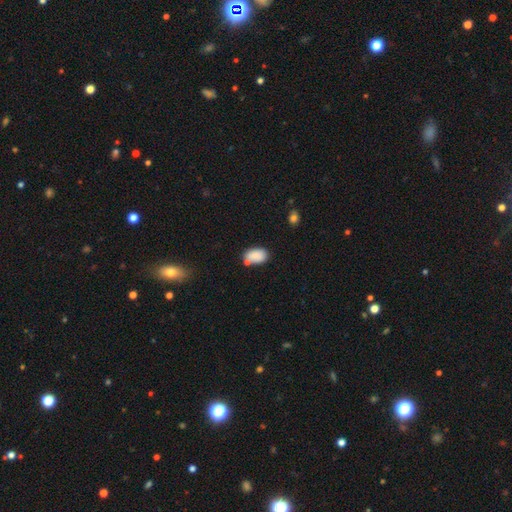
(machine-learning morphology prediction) This appears to be a smooth galaxy with no disk features (86%) that is in between round and cigar-shaped (91%). Merging: none (62%).